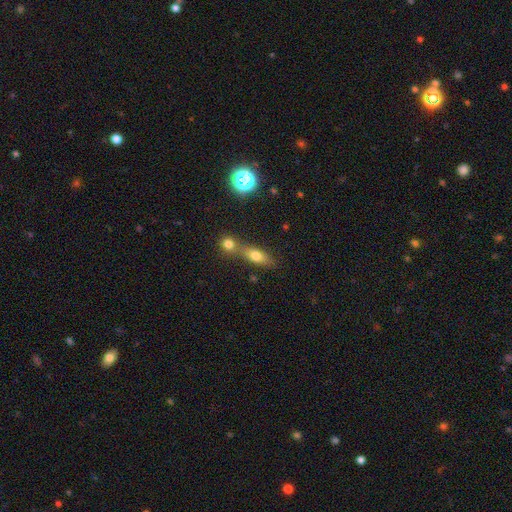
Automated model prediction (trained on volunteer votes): This appears to be a smooth galaxy with no disk features (71%) that is in between round and cigar-shaped (62%). Merging: none (44%).